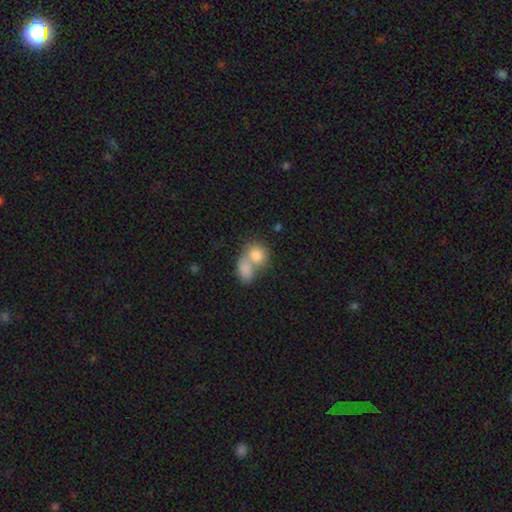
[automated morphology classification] type=smooth (81%); roundness=round (52%); merging=merger (68%).